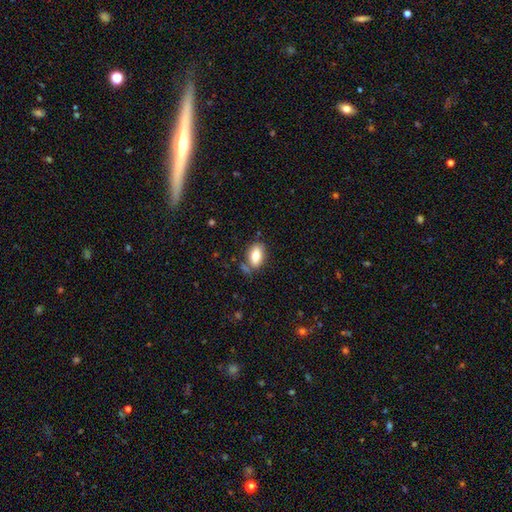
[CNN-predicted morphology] smooth_or_featured: smooth (p=0.78) [alt: featured or disk p=0.14]
how_rounded: in between (p=0.90) [alt: round p=0.07]
merging: none (p=0.69) [alt: minor disturbance p=0.17]